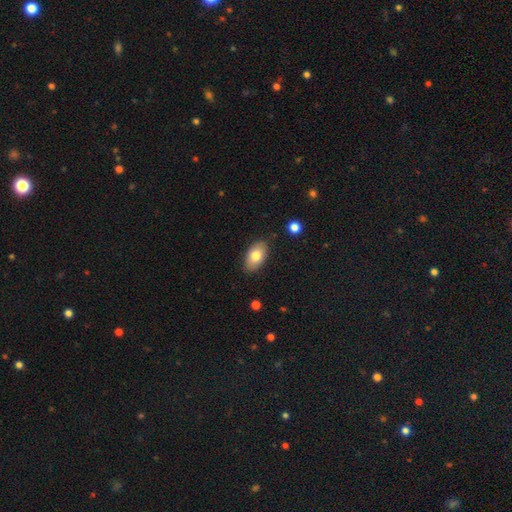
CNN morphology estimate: A smooth galaxy with no disk features (78%) that is in between round and cigar-shaped (94%).

Vote fractions:
- Smooth or featured? smooth: 78% / featured or disk: 15% / star or artifact: 7%
- How rounded? in between: 94% / round: 5% / cigar-shaped: 2%
- Merging? none: 85% / minor disturbance: 11% / major disturbance: 2% / merger: 1%